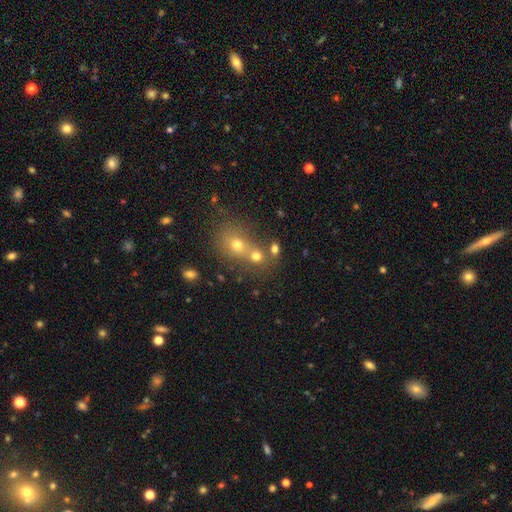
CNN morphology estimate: Smooth or featured?
  - smooth: 61% *
  - star or artifact: 21%
  - featured or disk: 19%
How rounded?
  - round: 66% *
  - in between: 33%
  - cigar-shaped: 1%
Merging?
  - merger: 51% *
  - none: 36%
  - minor disturbance: 8%
  - major disturbance: 4%